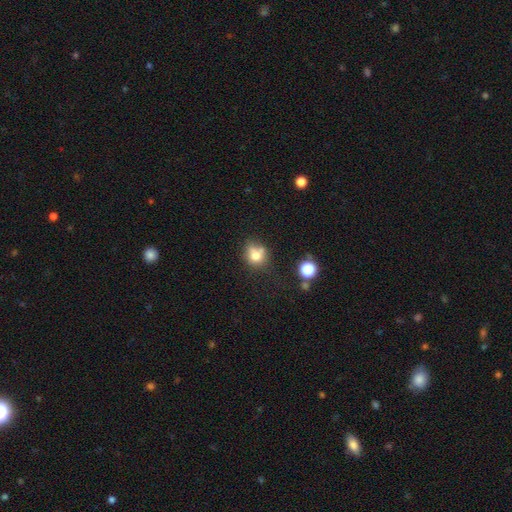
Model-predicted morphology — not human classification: This is likely a smooth galaxy (72%). How rounded: likely round (74%). Merging: possibly none (49%).